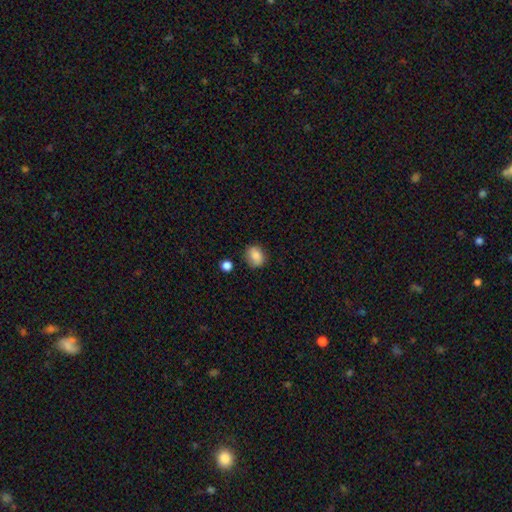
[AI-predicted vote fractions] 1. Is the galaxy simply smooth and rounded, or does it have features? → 85% smooth, 9% star or artifact, 6% featured or disk.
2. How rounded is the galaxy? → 54% round, 45% in between, 1% cigar-shaped.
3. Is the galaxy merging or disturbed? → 76% none, 17% minor disturbance, 4% major disturbance, 3% merger.